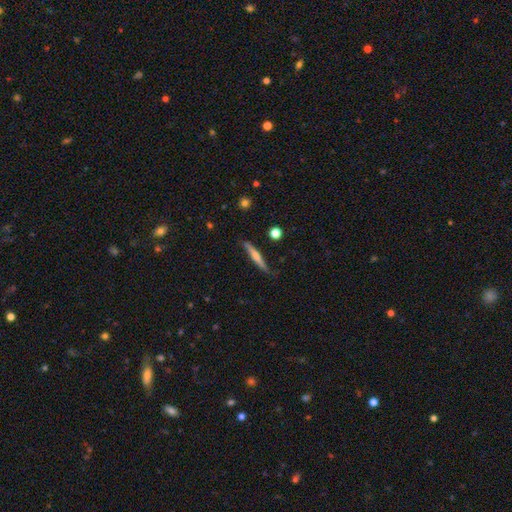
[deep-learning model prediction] This appears to be a featured or disk galaxy (55%) viewed edge-on (94%) with a rounded central bulge (69%). Merging: none (75%).